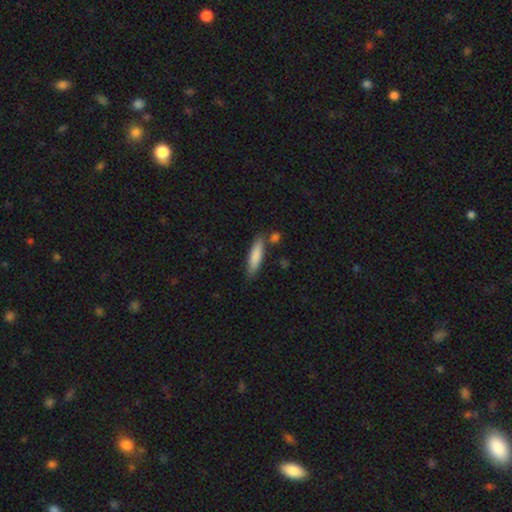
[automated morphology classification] Smooth or featured? smooth (83%)
How rounded? cigar-shaped (72%)
Merging? none (77%)